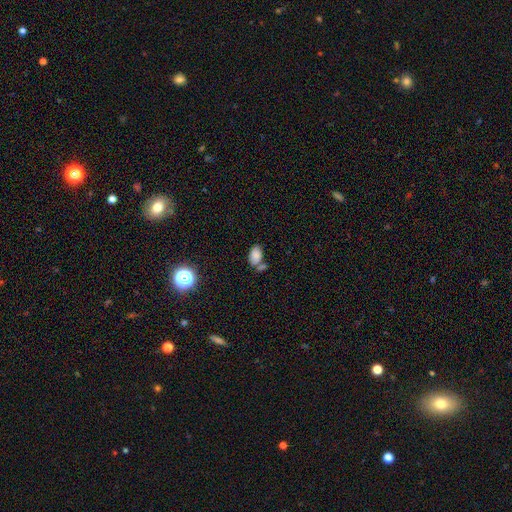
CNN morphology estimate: type=smooth (79%); roundness=in between (90%); merging=none (46%).